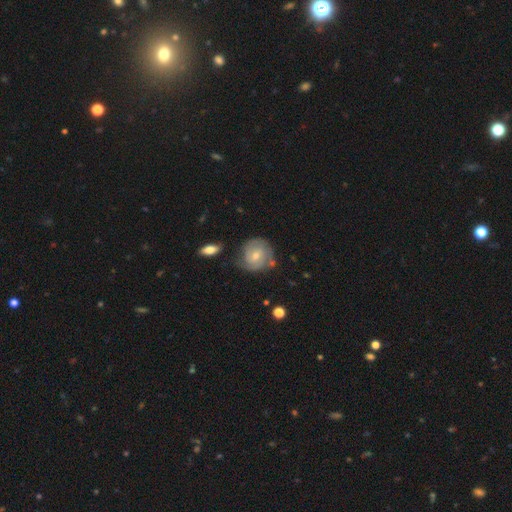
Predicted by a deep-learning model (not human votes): This appears to be a featured or disk galaxy (62%) with no bar (62%), 2 (49%) tight (59%) spiral arms (86%) and a small central bulge (51%). Merging: none (66%).